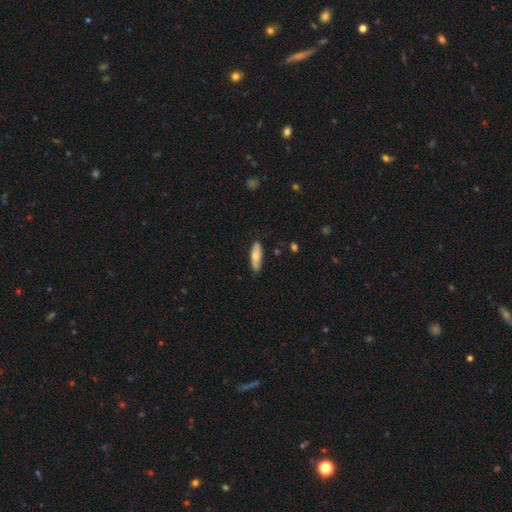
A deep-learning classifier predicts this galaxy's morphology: type=smooth (71%); roundness=in between (51%); merging=none (80%).